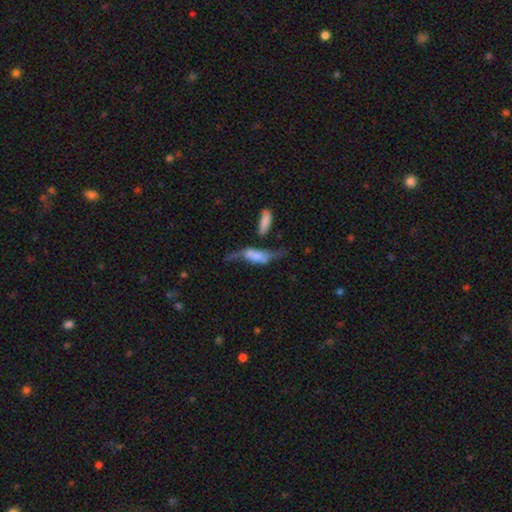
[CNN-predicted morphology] smooth-or-featured: featured or disk: 53% | smooth: 38% | star or artifact: 9%
  disk-edge-on: yes: 51% | no: 49%
  merging: none: 31% | major disturbance: 26% | merger: 23% | minor disturbance: 20%